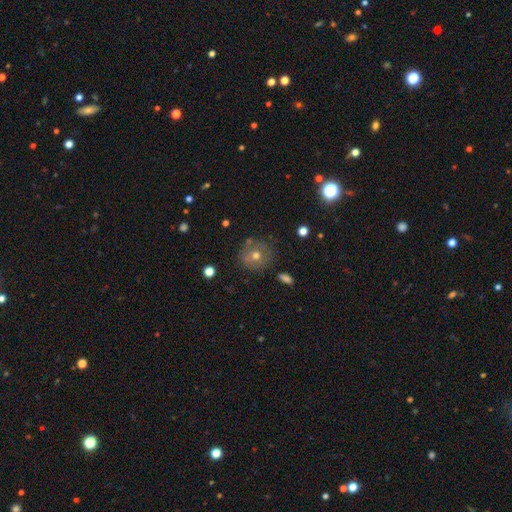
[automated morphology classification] smooth 52%, featured or disk 33%, star or artifact 15%. Down the decision tree: how rounded — round (88%); merging — none (76%).